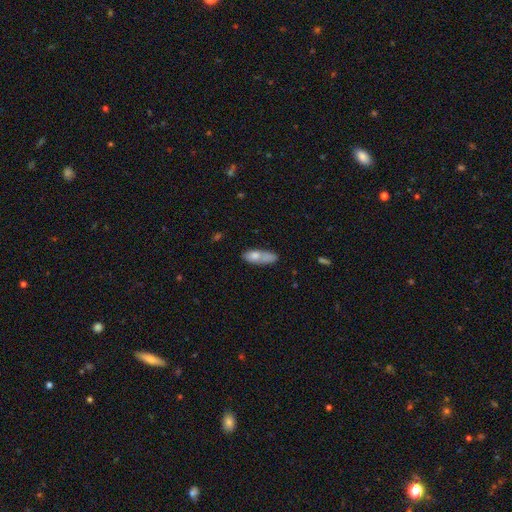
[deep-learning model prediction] smooth 67%, featured or disk 24%, star or artifact 9%. Down the decision tree: how rounded — in between (61%); merging — none (47%).